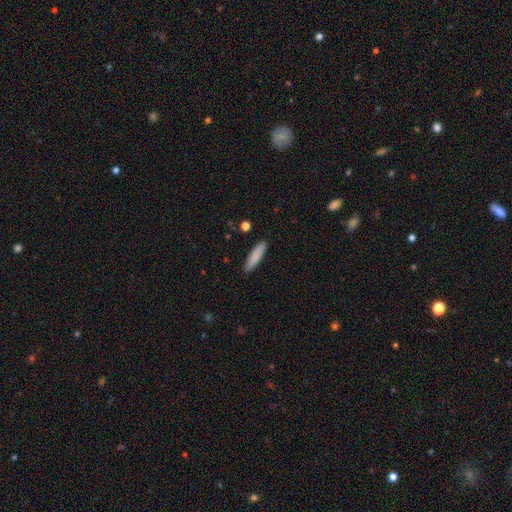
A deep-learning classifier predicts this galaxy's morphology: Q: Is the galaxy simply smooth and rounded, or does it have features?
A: smooth — 85%.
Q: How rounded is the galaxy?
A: cigar-shaped — 78%.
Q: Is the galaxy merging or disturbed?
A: none — 89%.